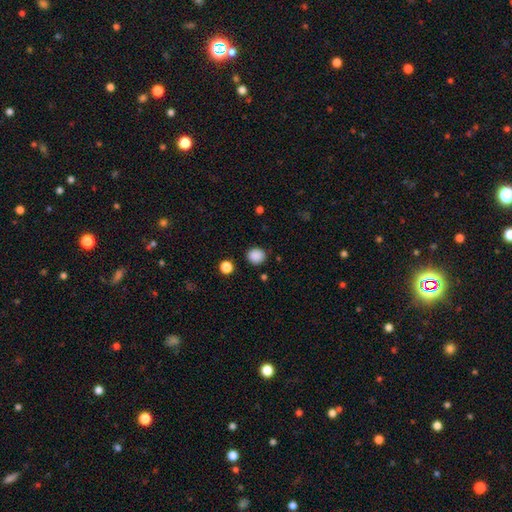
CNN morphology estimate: Smooth or featured?
  - smooth: 87% *
  - star or artifact: 10%
  - featured or disk: 3%
How rounded?
  - round: 87% *
  - in between: 12%
  - cigar-shaped: 1%
Merging?
  - none: 87% *
  - minor disturbance: 8%
  - major disturbance: 3%
  - merger: 2%